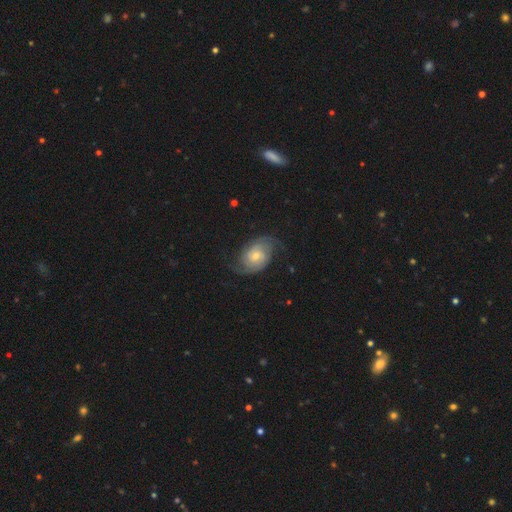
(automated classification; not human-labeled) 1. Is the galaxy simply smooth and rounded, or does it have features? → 82% featured or disk, 12% smooth, 6% star or artifact.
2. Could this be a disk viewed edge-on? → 97% no, 3% yes.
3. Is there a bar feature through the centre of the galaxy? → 67% no, 29% weak, 5% strong.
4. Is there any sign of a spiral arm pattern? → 96% yes, 4% no.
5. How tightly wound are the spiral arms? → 40% medium, 38% tight, 22% loose.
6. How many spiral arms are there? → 78% 2, 10% can't tell, 5% 3, 2% 1, 2% 4, 2% more than 4.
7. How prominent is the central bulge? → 51% small, 43% moderate, 3% large, 2% none, 1% dominant.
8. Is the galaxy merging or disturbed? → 71% none, 17% minor disturbance, 10% major disturbance, 1% merger.